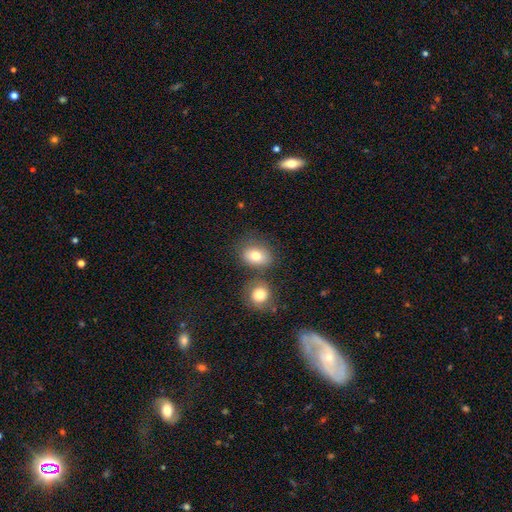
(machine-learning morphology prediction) smooth 78%, featured or disk 13%, star or artifact 9%. Down the decision tree: how rounded — in between (58%); merging — none (58%).